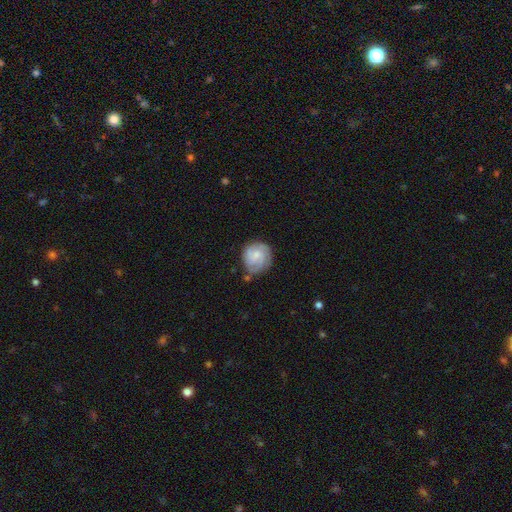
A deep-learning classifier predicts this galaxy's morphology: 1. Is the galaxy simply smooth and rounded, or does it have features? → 66% featured or disk, 27% smooth, 6% star or artifact.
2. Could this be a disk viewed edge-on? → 98% no, 2% yes.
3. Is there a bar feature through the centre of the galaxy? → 57% no, 38% weak, 5% strong.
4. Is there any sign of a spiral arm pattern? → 93% yes, 7% no.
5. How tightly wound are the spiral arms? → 60% tight, 32% medium, 8% loose.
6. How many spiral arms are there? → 36% 3, 29% 2, 21% can't tell, 6% 4, 4% 1, 3% more than 4.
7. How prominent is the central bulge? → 50% small, 29% moderate, 16% none, 3% large, 1% dominant.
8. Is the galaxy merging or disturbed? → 66% none, 23% minor disturbance, 7% major disturbance, 4% merger.